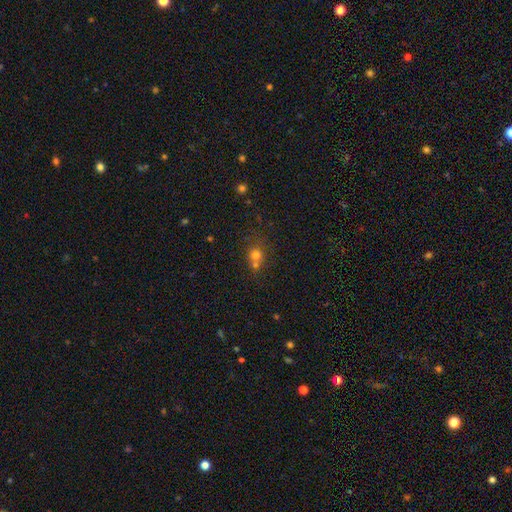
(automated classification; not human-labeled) Smooth or featured?
  - smooth: 71% *
  - star or artifact: 17%
  - featured or disk: 12%
How rounded?
  - round: 81% *
  - in between: 18%
  - cigar-shaped: 1%
Merging?
  - none: 47% *
  - merger: 40%
  - minor disturbance: 9%
  - major disturbance: 4%